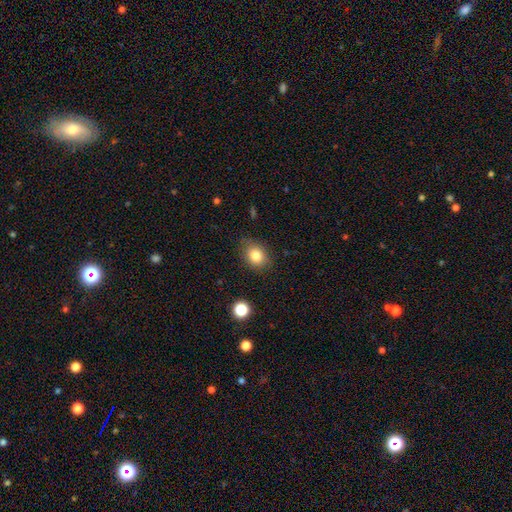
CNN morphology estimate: Overall: smooth (82%). How rounded: in between (54%; round 45%). Merging: none (78%).